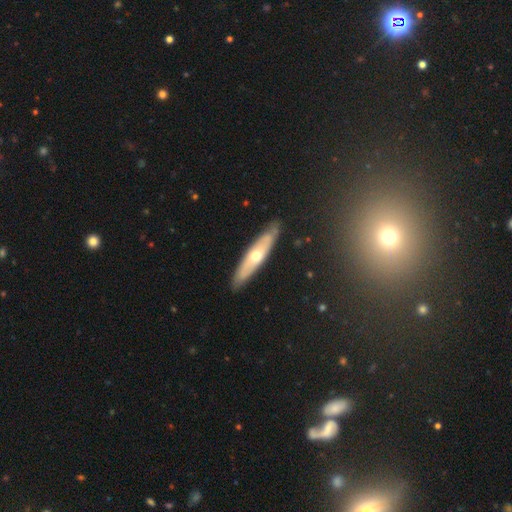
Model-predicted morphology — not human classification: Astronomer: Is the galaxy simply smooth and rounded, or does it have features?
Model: featured or disk — 57% (runner-up: smooth, 38%).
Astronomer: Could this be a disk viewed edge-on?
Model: yes — 66%.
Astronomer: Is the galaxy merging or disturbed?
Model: none — 85%.